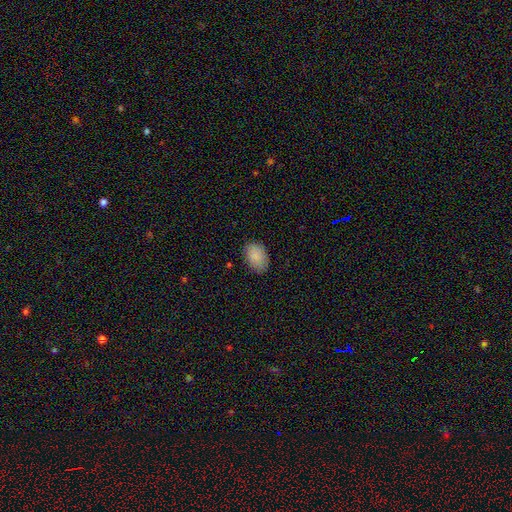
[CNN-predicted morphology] This appears to be a smooth galaxy with no disk features (88%) that is in between round and cigar-shaped (85%). Merging: none (80%).